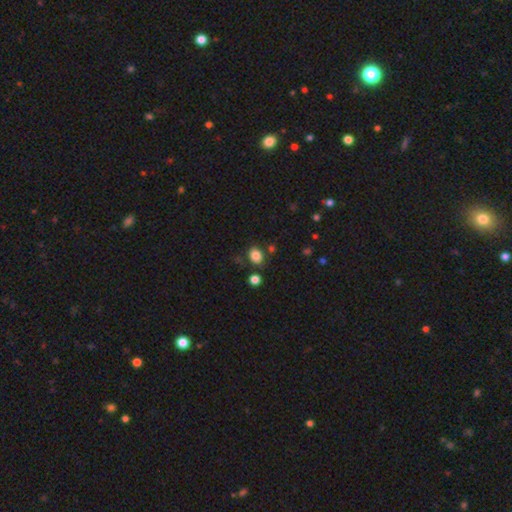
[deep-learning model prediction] Smooth or featured? Predicted: smooth (p=0.84). How rounded? Predicted: in between (p=0.60). Merging? Predicted: none (p=0.77).